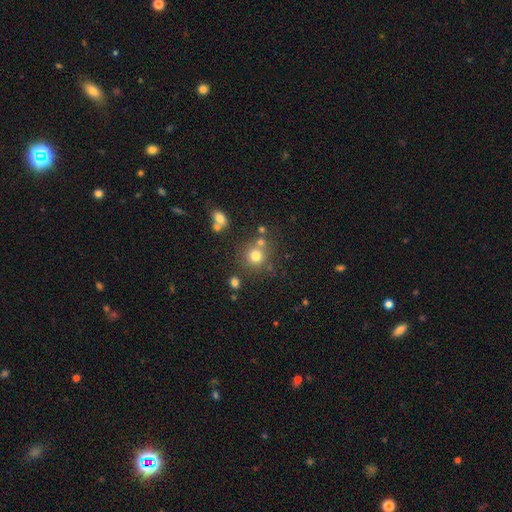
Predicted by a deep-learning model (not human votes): smooth 74%, star or artifact 16%, featured or disk 10%. Down the decision tree: how rounded — round (90%); merging — none (69%).